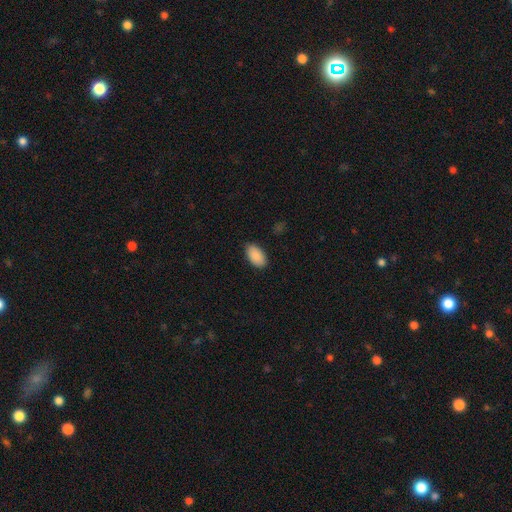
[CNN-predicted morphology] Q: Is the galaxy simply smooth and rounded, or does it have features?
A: smooth — 90%.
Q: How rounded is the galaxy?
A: in between — 95%.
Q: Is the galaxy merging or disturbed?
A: none — 86%.